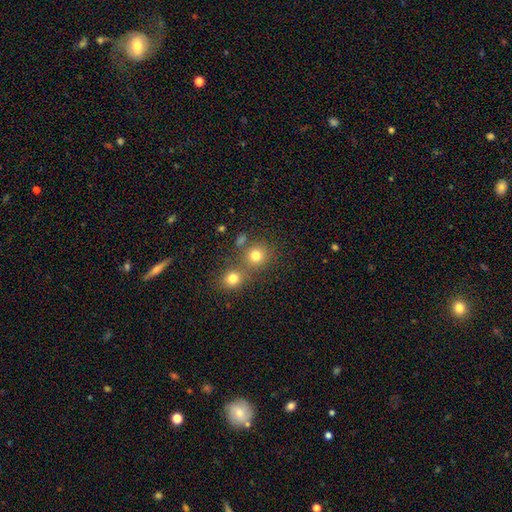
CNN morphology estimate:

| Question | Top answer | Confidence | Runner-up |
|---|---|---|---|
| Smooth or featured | smooth | 78% | star or artifact (15%) |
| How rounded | round | 86% | in between (13%) |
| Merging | none | 58% | merger (31%) |